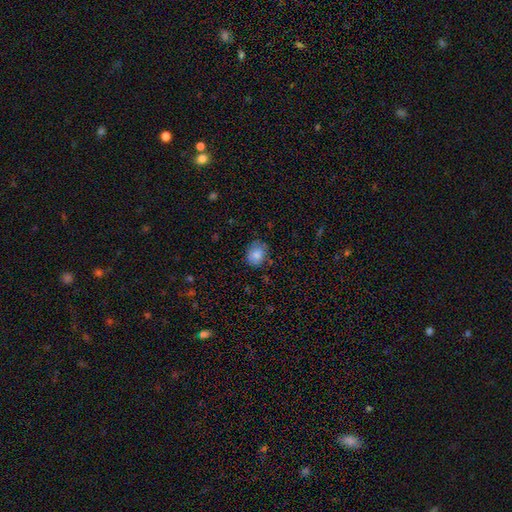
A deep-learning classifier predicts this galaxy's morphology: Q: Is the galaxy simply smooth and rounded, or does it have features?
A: smooth — 83%.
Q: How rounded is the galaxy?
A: in between — 53%.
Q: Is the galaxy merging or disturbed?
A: none — 71%.